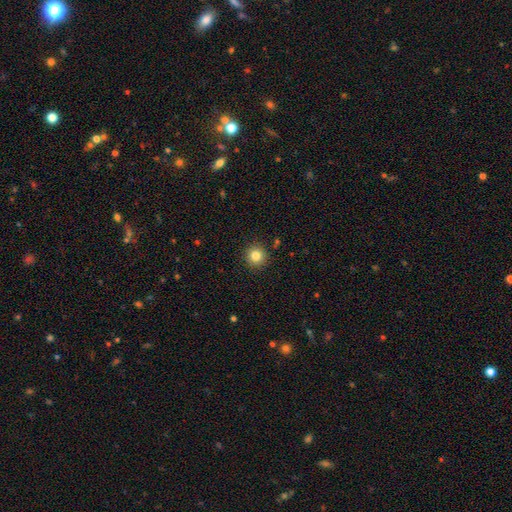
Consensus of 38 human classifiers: smooth-or-featured: smooth: 89% | featured or disk: 5% | star or artifact: 5%
  how-rounded: round: 100% | in between: 0% | cigar-shaped: 0%
  merging: none: 94% | minor disturbance: 6% | major disturbance: 0% | merger: 0%